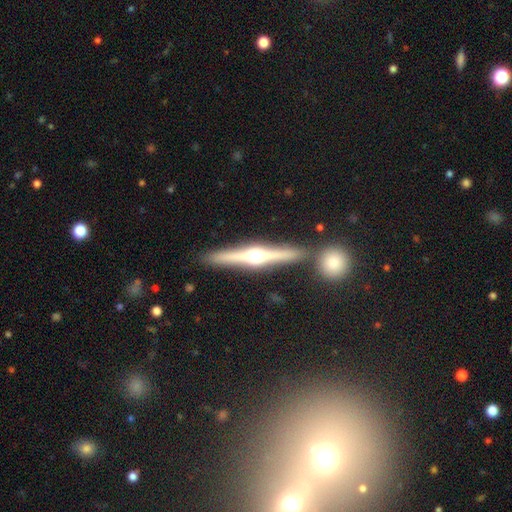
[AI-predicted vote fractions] Q: Smooth or featured?
A: featured or disk (77%); runner-up: smooth (17%)
Q: Edge-on disk?
A: yes (97%); runner-up: no (3%)
Q: Edge-on bulge?
A: rounded (95%); runner-up: boxy (3%)
Q: Merging?
A: none (83%); runner-up: minor disturbance (8%)